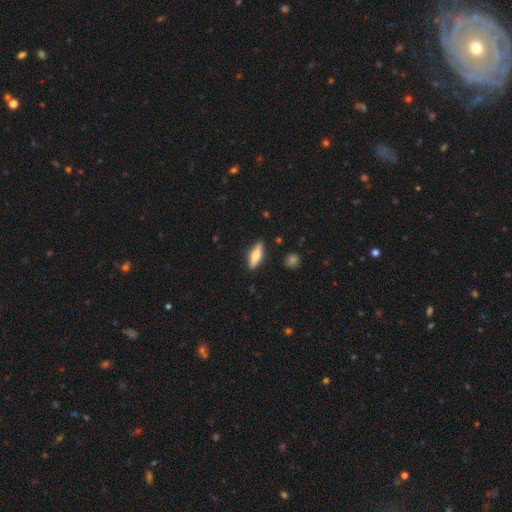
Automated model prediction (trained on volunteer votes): A smooth galaxy with no disk features (61%) that is cigar-shaped (53%).

Vote fractions:
- Smooth or featured? smooth: 61% / featured or disk: 32% / star or artifact: 6%
- How rounded? cigar-shaped: 53% / in between: 45% / round: 3%
- Merging? none: 87% / minor disturbance: 10% / major disturbance: 2% / merger: 1%